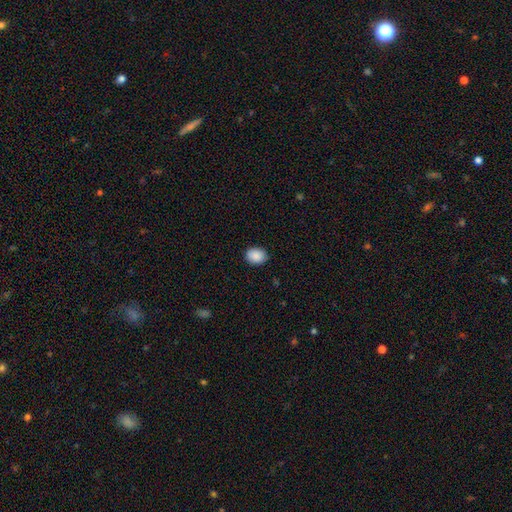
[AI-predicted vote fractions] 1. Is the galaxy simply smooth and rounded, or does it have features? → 89% smooth, 7% star or artifact, 3% featured or disk.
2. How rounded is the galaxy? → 55% in between, 44% round, 1% cigar-shaped.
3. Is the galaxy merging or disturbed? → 88% none, 9% minor disturbance, 2% major disturbance, 1% merger.